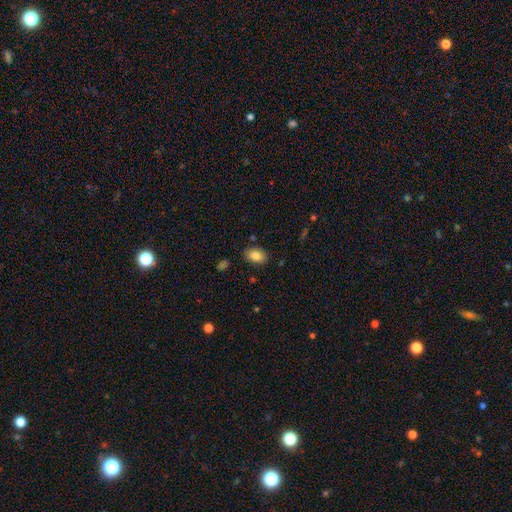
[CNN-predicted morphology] This is clearly a smooth galaxy (84%). How rounded: clearly in between (85%). Merging: clearly none (85%).